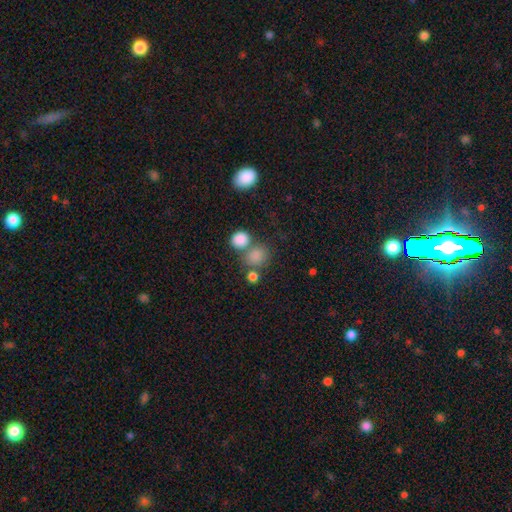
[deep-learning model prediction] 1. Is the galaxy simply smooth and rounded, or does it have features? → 81% smooth, 13% star or artifact, 6% featured or disk.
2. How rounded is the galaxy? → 73% round, 26% in between, 1% cigar-shaped.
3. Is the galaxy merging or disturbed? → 54% none, 30% merger, 10% minor disturbance, 5% major disturbance.